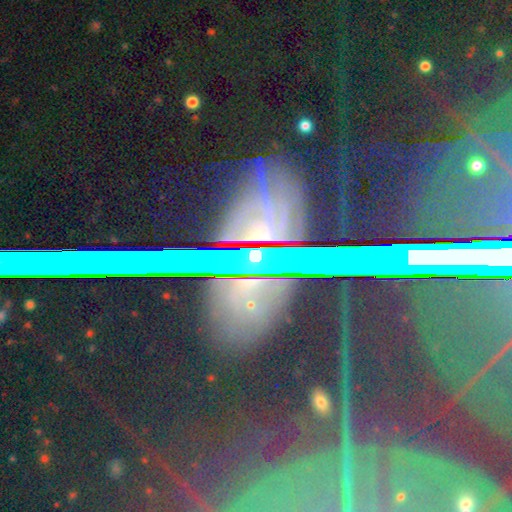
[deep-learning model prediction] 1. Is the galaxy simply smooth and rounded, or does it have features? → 65% star or artifact, 21% featured or disk, 14% smooth.